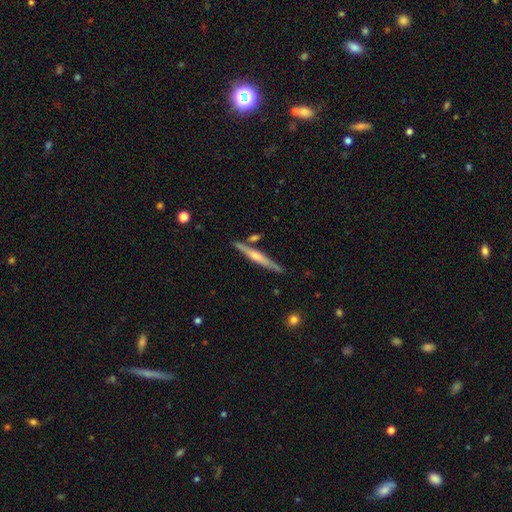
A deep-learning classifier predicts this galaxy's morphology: Overall: featured or disk (66%; smooth 28%). Edge-on disk: yes (97%). Edge-on bulge: rounded (70%). Merging: none (84%).